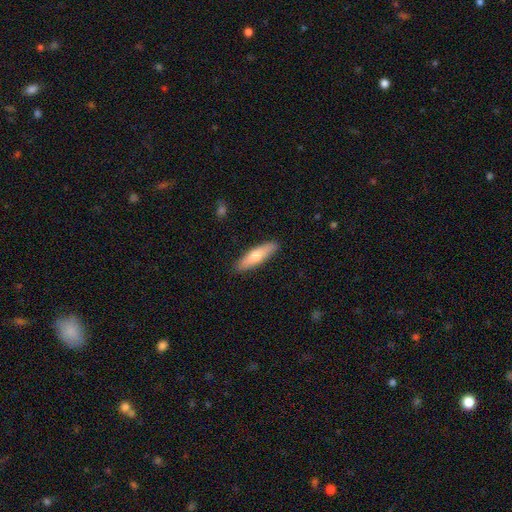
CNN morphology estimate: Smooth or featured?
  - smooth: 69% *
  - featured or disk: 25%
  - star or artifact: 5%
How rounded?
  - cigar-shaped: 68% *
  - in between: 30%
  - round: 2%
Merging?
  - none: 89% *
  - minor disturbance: 8%
  - major disturbance: 2%
  - merger: 1%